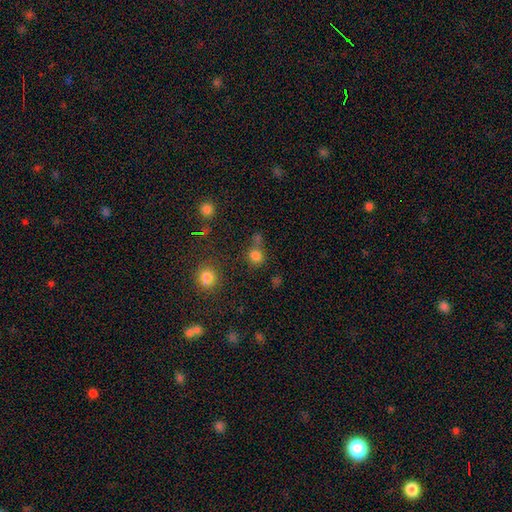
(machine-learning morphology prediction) type=smooth (77%); roundness=round (82%); merging=none (61%).